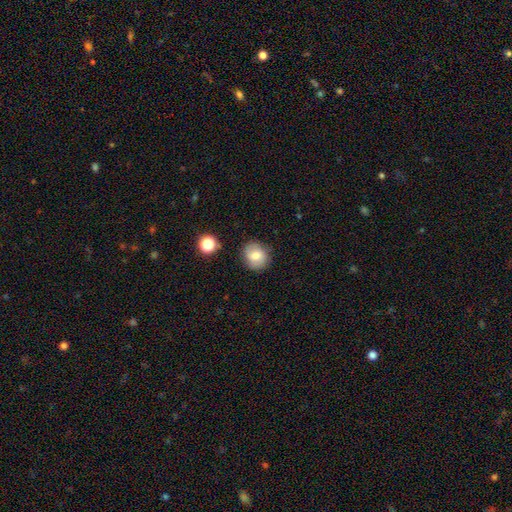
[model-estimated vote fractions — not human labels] This is likely a smooth galaxy (64%). How rounded: likely round (78%). Merging: clearly none (81%).